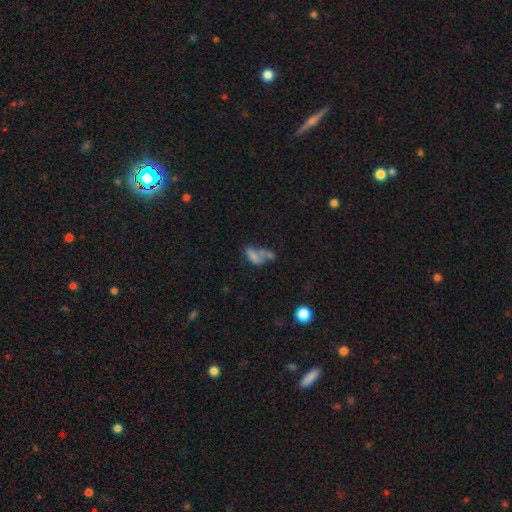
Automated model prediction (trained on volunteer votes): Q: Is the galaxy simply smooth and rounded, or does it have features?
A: smooth — 57%.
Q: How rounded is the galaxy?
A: in between — 83%.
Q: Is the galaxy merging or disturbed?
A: merger — 50%.